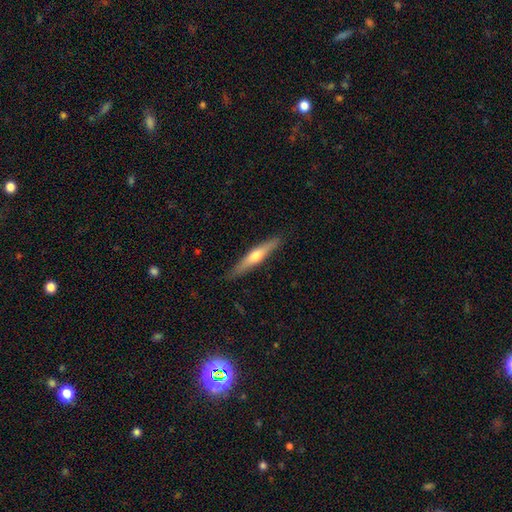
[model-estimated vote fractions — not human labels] Q: Smooth or featured?
A: featured or disk (50%); runner-up: smooth (45%)
Q: Merging?
A: none (87%); runner-up: minor disturbance (10%)